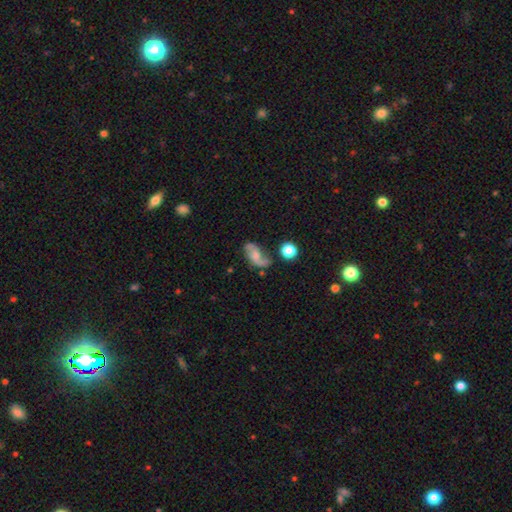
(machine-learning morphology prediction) This is likely a featured or disk galaxy (64%). It is clearly not viewed edge-on (95%). Bar: possibly no (59%). Spiral arm pattern: clearly yes (89%). Spiral arm count: clearly 2 (87%). Spiral winding: likely loose (65%). Central bulge: marginally moderate (42%, tied with small). Merging: possibly none (58%).